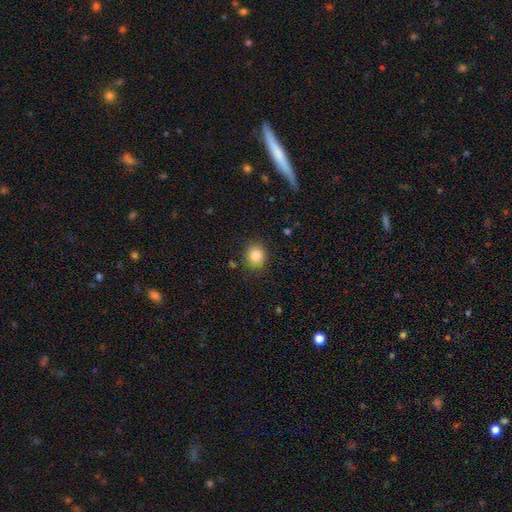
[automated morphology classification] Q: Smooth or featured?
A: smooth (84%); runner-up: star or artifact (10%)
Q: How rounded?
A: round (83%); runner-up: in between (17%)
Q: Merging?
A: none (86%); runner-up: minor disturbance (10%)